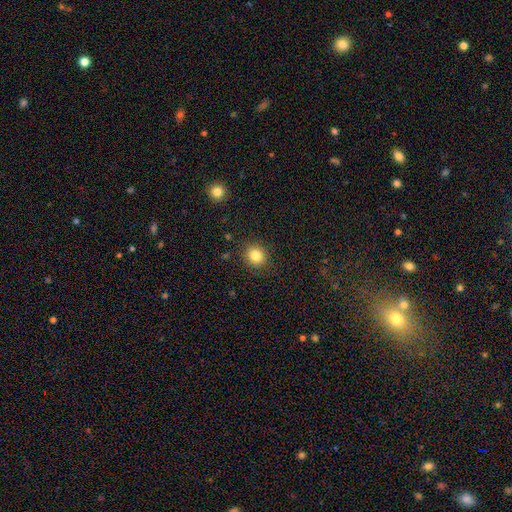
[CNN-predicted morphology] smooth 83%, star or artifact 11%, featured or disk 6%. Down the decision tree: how rounded — round (89%); merging — none (88%).